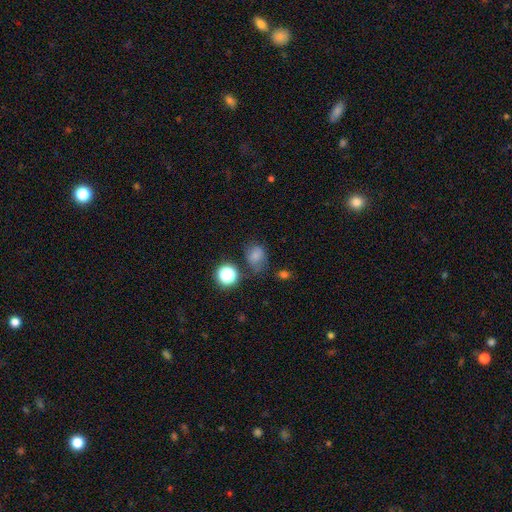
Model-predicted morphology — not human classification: Smooth or featured? smooth (70%)
How rounded? round (54%)
Merging? none (55%)